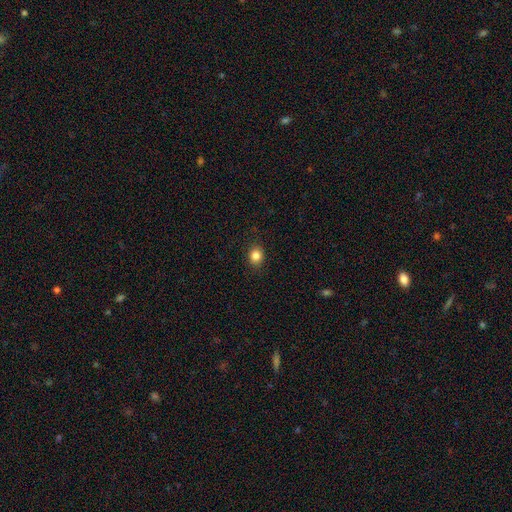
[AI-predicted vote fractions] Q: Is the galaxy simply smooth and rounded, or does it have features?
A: smooth — 84%.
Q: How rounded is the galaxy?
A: round — 67%.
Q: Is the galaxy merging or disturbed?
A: none — 89%.